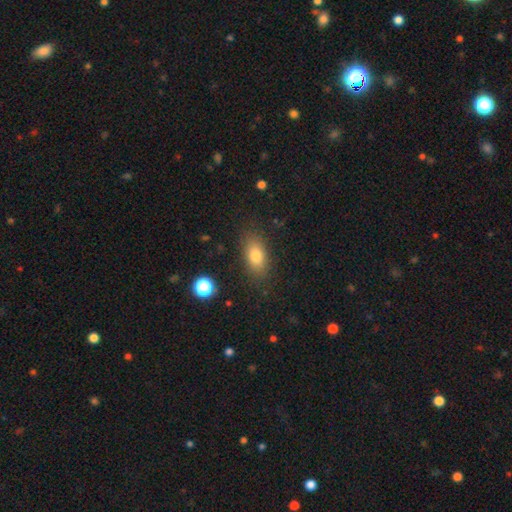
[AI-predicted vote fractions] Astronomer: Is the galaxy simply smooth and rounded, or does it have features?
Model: smooth — 79%.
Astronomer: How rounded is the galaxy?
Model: in between — 85%.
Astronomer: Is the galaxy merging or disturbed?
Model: none — 84%.